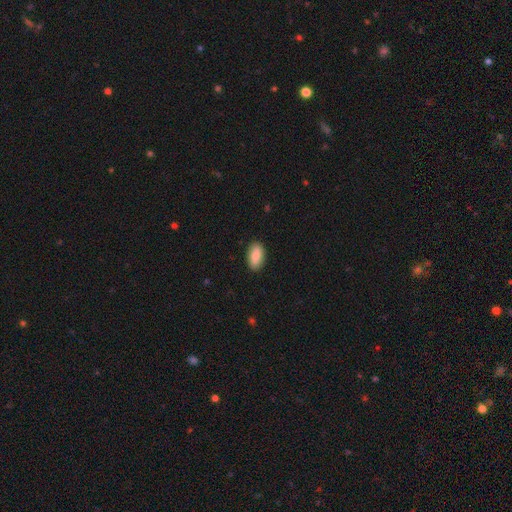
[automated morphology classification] Q: Smooth or featured?
A: smooth (88%); runner-up: featured or disk (6%)
Q: How rounded?
A: in between (93%); runner-up: cigar-shaped (3%)
Q: Merging?
A: none (89%); runner-up: minor disturbance (8%)